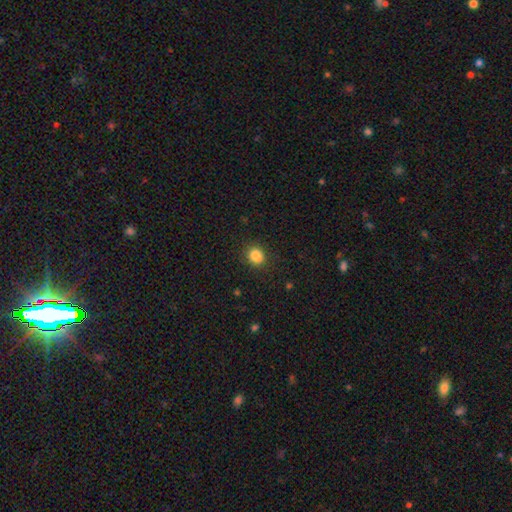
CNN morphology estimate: Overall: smooth (85%). How rounded: round (74%). Merging: none (87%).